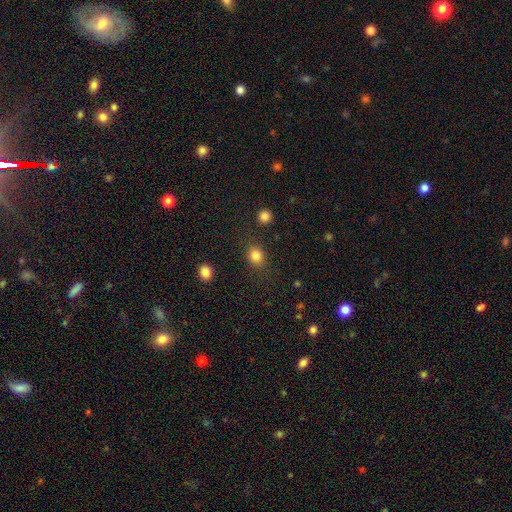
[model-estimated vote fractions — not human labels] This is clearly a smooth galaxy (83%). How rounded: likely round (67%). Merging: clearly none (82%).